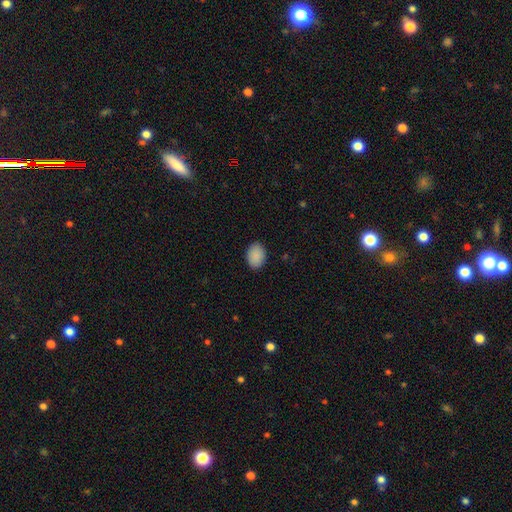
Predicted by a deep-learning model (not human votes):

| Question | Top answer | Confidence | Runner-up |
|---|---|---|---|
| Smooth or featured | smooth | 90% | star or artifact (7%) |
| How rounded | in between | 75% | round (24%) |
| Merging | none | 89% | minor disturbance (8%) |